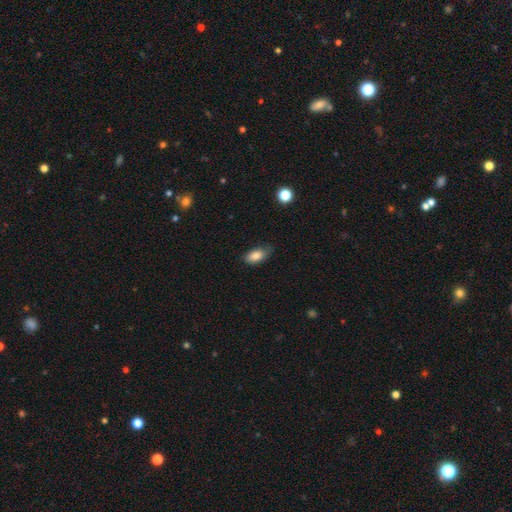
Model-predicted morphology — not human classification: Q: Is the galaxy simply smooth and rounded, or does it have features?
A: smooth — 84%.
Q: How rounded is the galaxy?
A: in between — 91%.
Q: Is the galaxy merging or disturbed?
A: none — 70%.